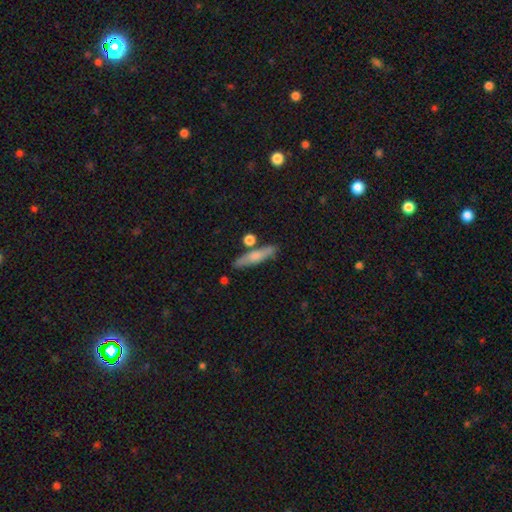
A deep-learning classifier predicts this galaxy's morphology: smooth-or-featured: smooth: 64% | featured or disk: 29% | star or artifact: 7%
  how-rounded: cigar-shaped: 81% | in between: 15% | round: 4%
  merging: none: 77% | minor disturbance: 11% | merger: 9% | major disturbance: 3%